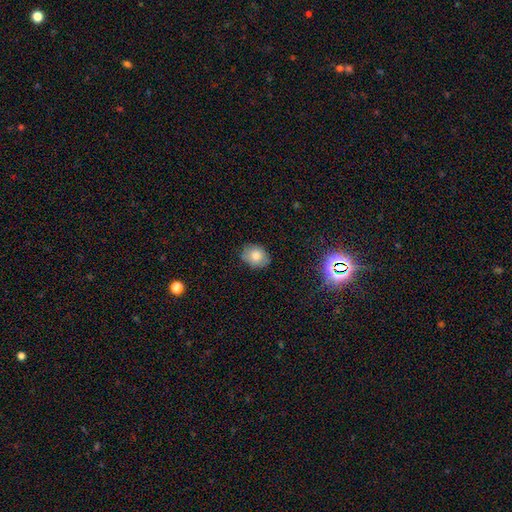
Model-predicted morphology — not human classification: A smooth galaxy with no disk features (79%) that is in between round and cigar-shaped (55%). Merging: none (80%).